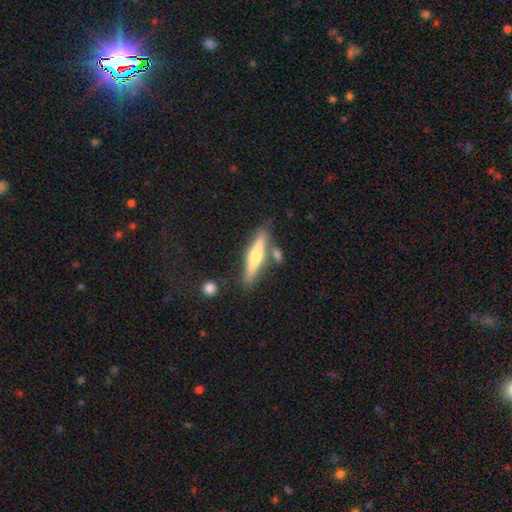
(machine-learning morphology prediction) This appears to be a featured or disk galaxy (56%) viewed edge-on (94%) with a rounded central bulge (87%). Merging: none (73%).